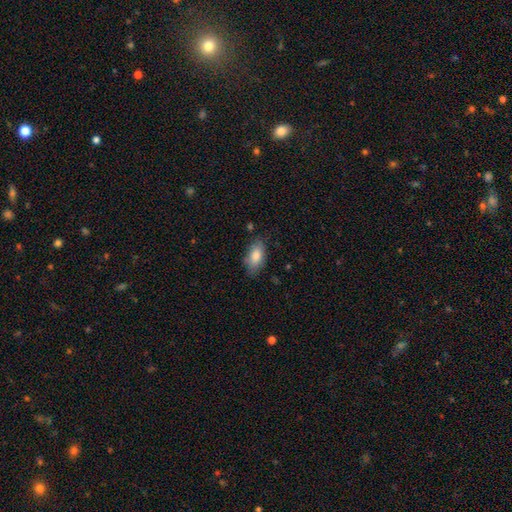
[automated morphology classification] smooth-or-featured: smooth: 84% | featured or disk: 9% | star or artifact: 7%
  how-rounded: in between: 90% | cigar-shaped: 5% | round: 4%
  merging: none: 77% | minor disturbance: 17% | major disturbance: 4% | merger: 2%